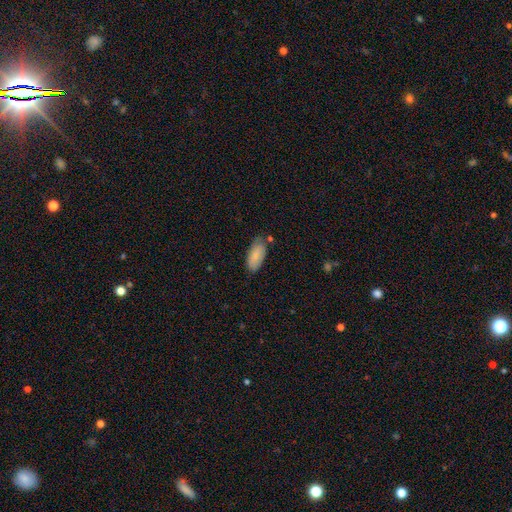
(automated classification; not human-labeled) Smooth or featured?
  - smooth: 86% *
  - featured or disk: 8%
  - star or artifact: 6%
How rounded?
  - in between: 89% *
  - cigar-shaped: 10%
  - round: 2%
Merging?
  - none: 72% *
  - minor disturbance: 20%
  - merger: 4%
  - major disturbance: 4%